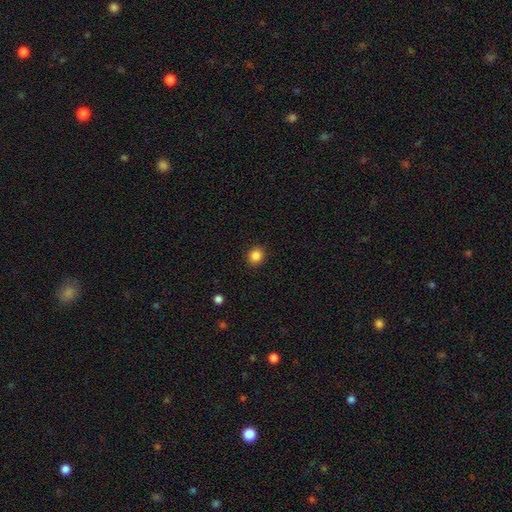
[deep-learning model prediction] The model was most divided on "how rounded": round: 84%, in between: 15%, cigar-shaped: 1%. More confident: merging — none (91%); smooth or featured — smooth (86%).